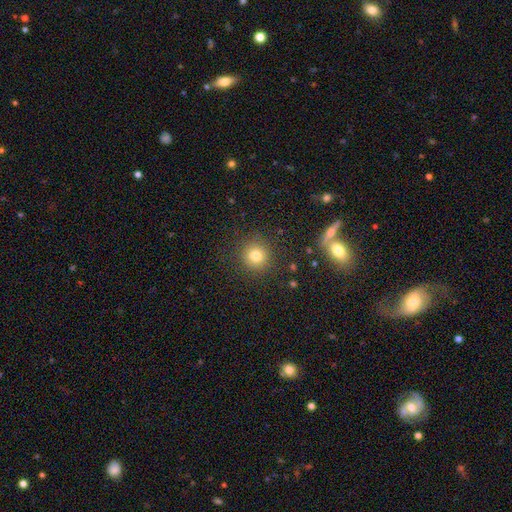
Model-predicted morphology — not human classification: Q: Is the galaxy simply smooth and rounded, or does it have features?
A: smooth — 79%.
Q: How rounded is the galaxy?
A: round — 94%.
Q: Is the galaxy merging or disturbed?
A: none — 89%.